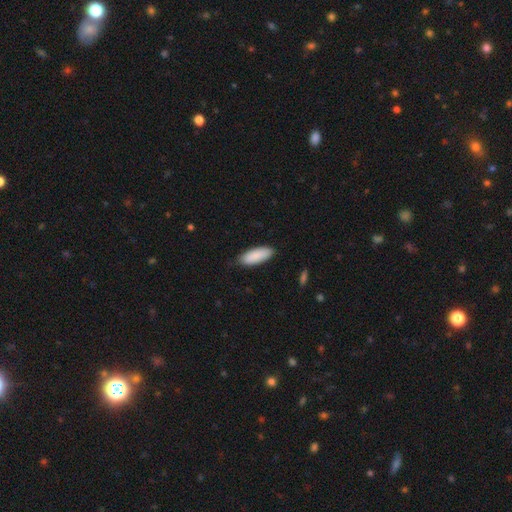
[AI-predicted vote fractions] Overall: smooth (89%). How rounded: in between (74%). Merging: none (83%).